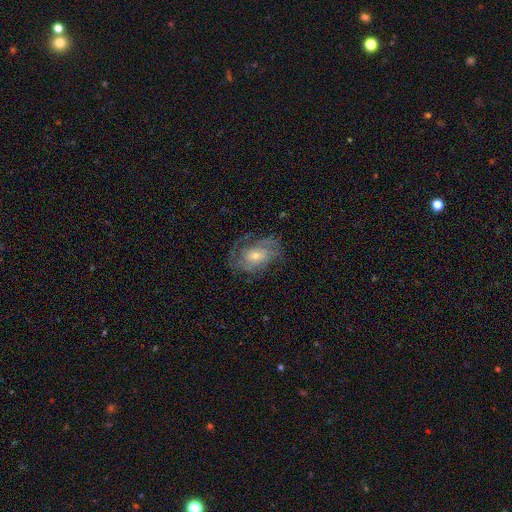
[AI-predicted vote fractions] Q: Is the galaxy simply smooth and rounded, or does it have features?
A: featured or disk — 78%.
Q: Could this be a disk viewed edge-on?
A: no — 96%.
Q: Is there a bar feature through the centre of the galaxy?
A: no — 66%.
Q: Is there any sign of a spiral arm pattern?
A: yes — 90%.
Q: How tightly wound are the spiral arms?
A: tight — 48%.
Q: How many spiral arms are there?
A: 2 — 35%.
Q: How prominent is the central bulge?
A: small — 53%.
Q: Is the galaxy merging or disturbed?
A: none — 68%.